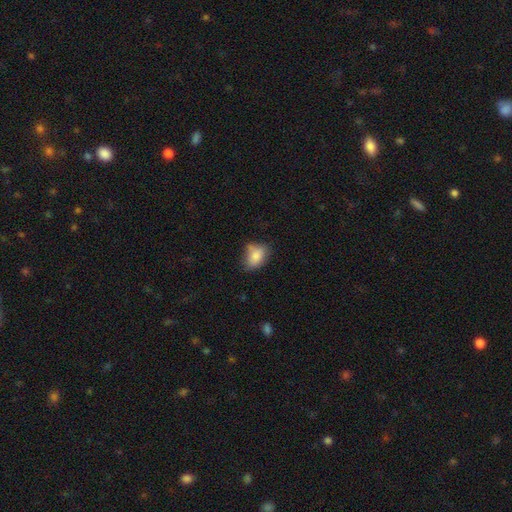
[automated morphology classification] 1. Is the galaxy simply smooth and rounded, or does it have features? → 82% smooth, 10% featured or disk, 9% star or artifact.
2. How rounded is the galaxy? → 76% in between, 23% round, 2% cigar-shaped.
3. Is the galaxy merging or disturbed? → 57% none, 30% minor disturbance, 7% major disturbance, 6% merger.